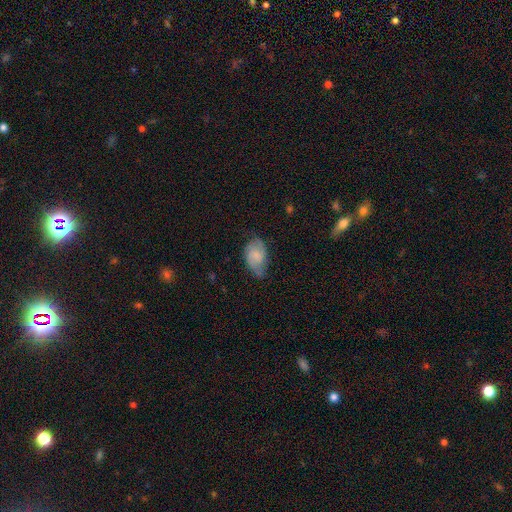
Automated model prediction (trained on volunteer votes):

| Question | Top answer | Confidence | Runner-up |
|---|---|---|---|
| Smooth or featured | smooth | 47% | featured or disk (45%) |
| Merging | none | 59% | minor disturbance (30%) |